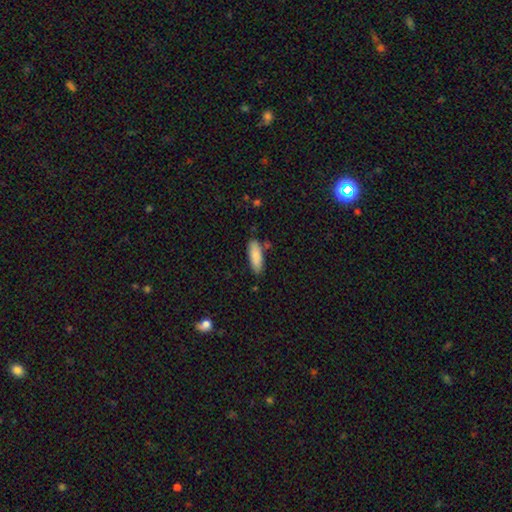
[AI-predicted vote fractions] Smooth or featured? Predicted: smooth (p=0.86). How rounded? Predicted: in between (p=0.57). Merging? Predicted: none (p=0.80).